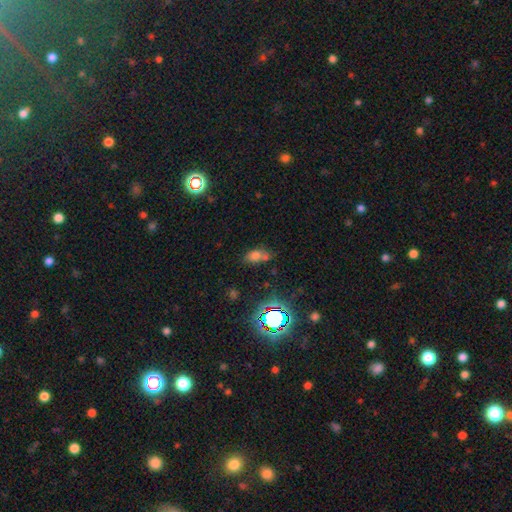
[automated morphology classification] smooth_or_featured: smooth (p=0.65) [alt: star or artifact p=0.22]
how_rounded: in between (p=0.79) [alt: round p=0.16]
merging: none (p=0.45) [alt: merger p=0.28]